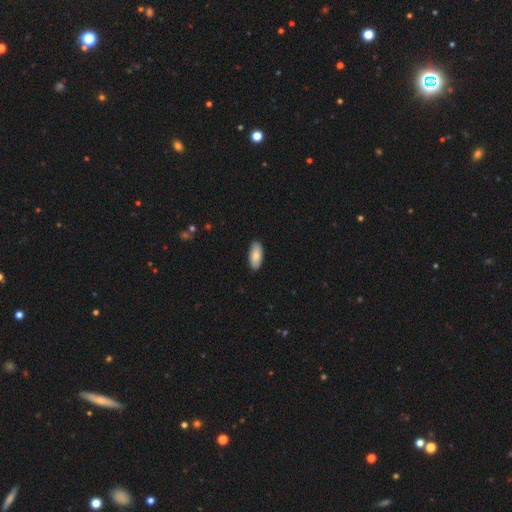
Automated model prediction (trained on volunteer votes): Smooth or featured? smooth (86%)
How rounded? in between (89%)
Merging? none (89%)